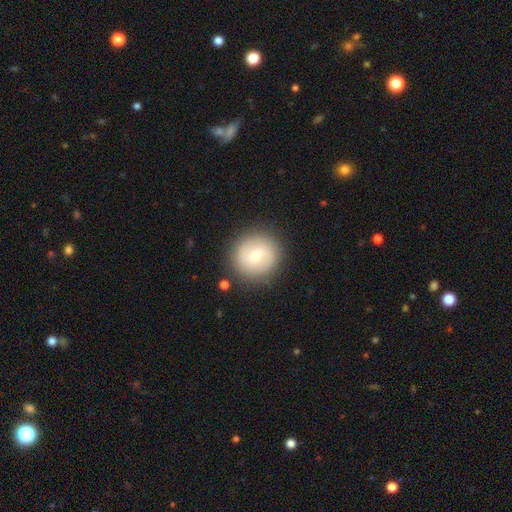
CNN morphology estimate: Smooth or featured? Predicted: smooth (p=0.54). How rounded? Predicted: round (p=0.93). Merging? Predicted: none (p=0.87).